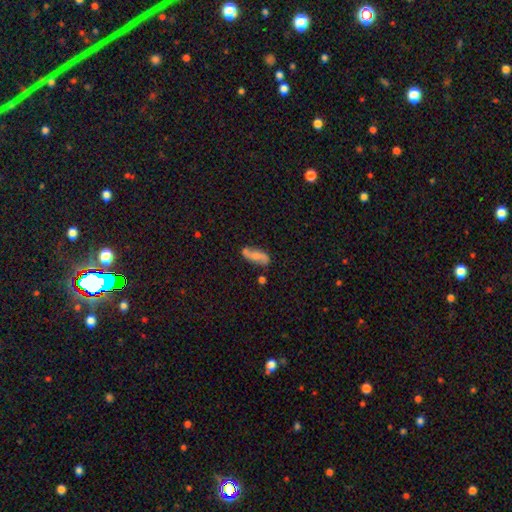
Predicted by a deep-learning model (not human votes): featured or disk 51%, smooth 41%, star or artifact 7%. Down the decision tree: edge-on disk — no (90%); merging — none (68%).